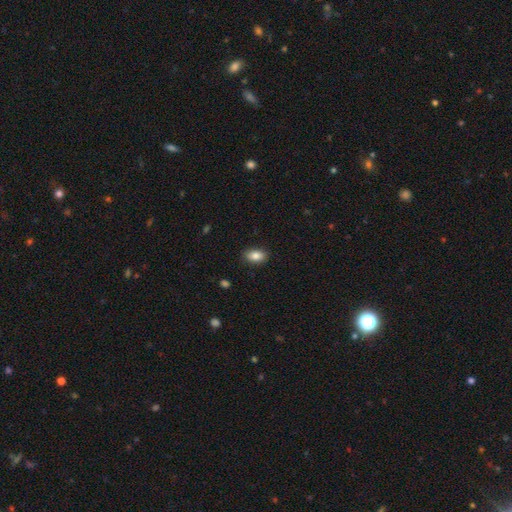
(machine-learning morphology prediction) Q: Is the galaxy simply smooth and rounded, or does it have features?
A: smooth — 84%.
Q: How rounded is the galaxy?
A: in between — 87%.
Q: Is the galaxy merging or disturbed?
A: none — 88%.